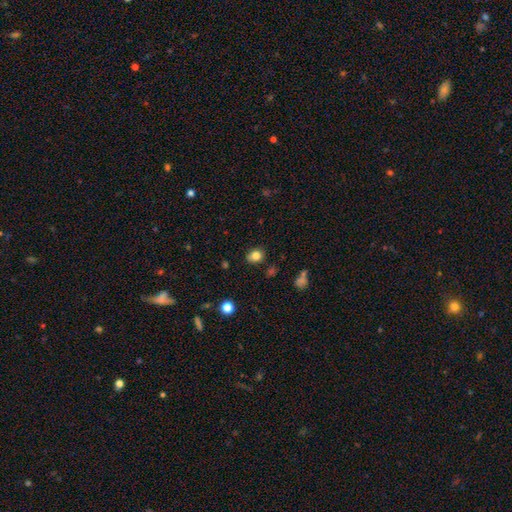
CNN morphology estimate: Q: Smooth or featured?
A: smooth (82%); runner-up: star or artifact (12%)
Q: How rounded?
A: round (60%); runner-up: in between (39%)
Q: Merging?
A: none (80%); runner-up: minor disturbance (14%)